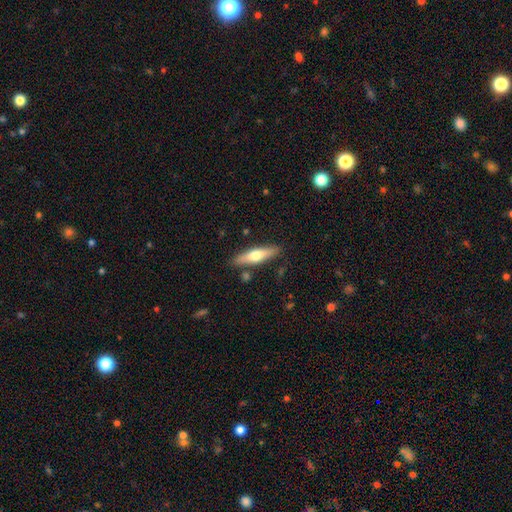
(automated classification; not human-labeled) Morphology: type=smooth (53%); roundness=cigar-shaped (72%); merging=none (84%).